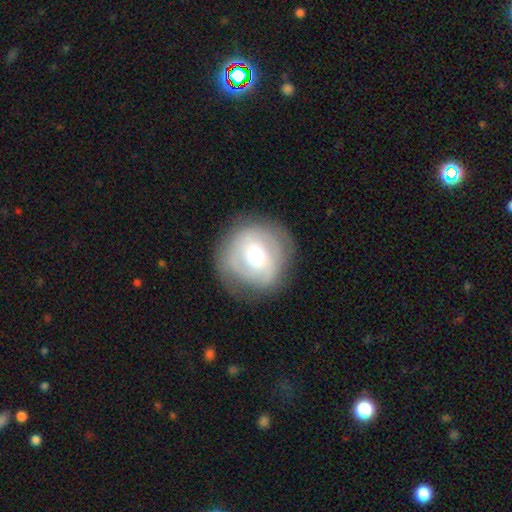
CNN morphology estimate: smooth-or-featured: featured or disk: 50% | smooth: 42% | star or artifact: 8%
  merging: none: 73% | minor disturbance: 18% | major disturbance: 8% | merger: 1%